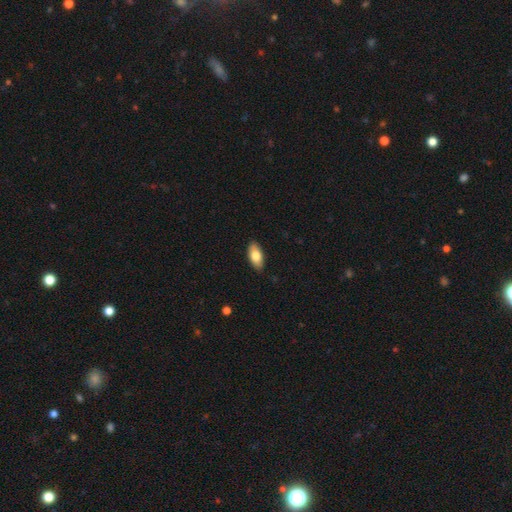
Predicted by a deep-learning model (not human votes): Smooth or featured? smooth (80%)
How rounded? in between (90%)
Merging? none (88%)